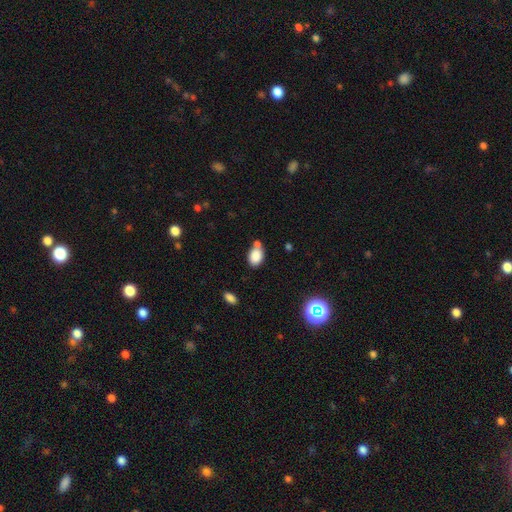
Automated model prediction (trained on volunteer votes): Smooth or featured? Predicted: smooth (p=0.84). How rounded? Predicted: in between (p=0.79). Merging? Predicted: none (p=0.51).